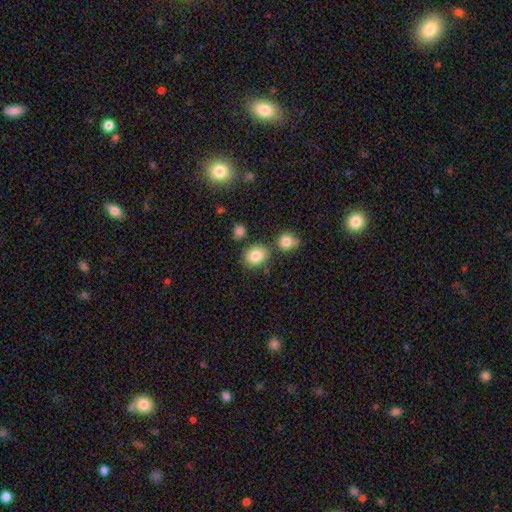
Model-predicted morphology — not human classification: Smooth or featured: smooth — 83% (star or artifact — 10%)
How rounded: round — 65% (in between — 34%)
Merging: none — 76% (minor disturbance — 12%)